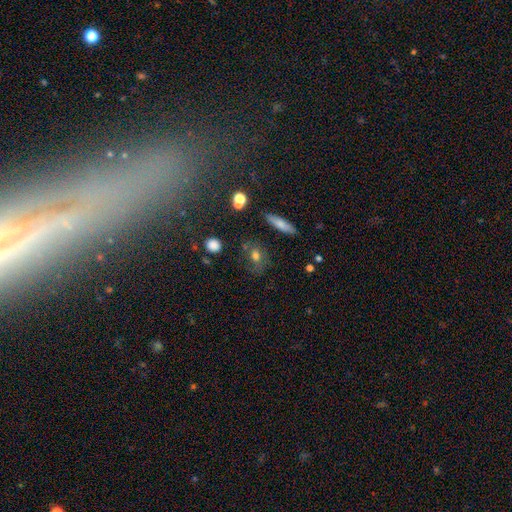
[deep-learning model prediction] Smooth or featured?
  - smooth: 65% *
  - featured or disk: 21%
  - star or artifact: 14%
How rounded?
  - in between: 57% *
  - round: 36%
  - cigar-shaped: 7%
Merging?
  - none: 63% *
  - minor disturbance: 20%
  - major disturbance: 11%
  - merger: 5%